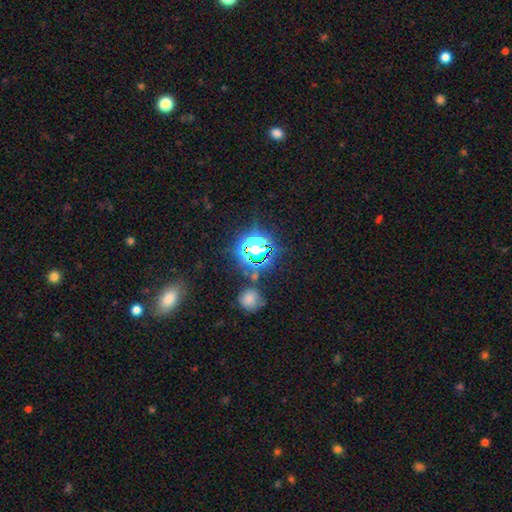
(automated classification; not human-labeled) star or artifact 73%, smooth 19%, featured or disk 8%.